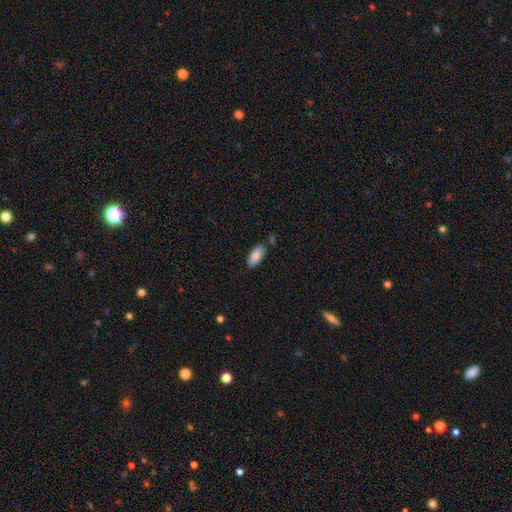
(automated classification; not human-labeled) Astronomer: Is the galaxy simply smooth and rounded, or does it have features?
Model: smooth — 86%.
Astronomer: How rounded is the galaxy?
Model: in between — 86%.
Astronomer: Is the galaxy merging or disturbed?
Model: none — 77%.